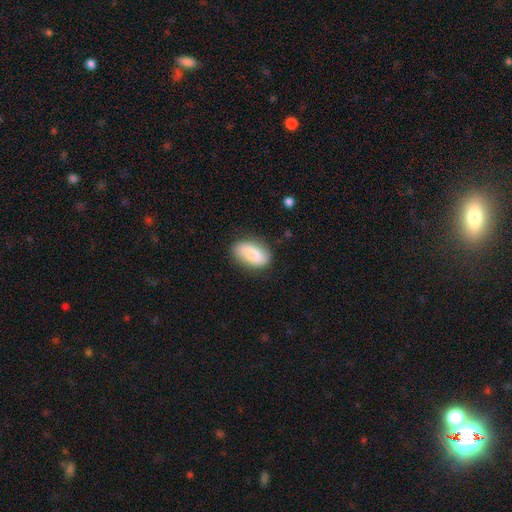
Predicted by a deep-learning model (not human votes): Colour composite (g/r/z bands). It shows a smooth galaxy with no disk features (84%) that is in between round and cigar-shaped (91%). Merging: none (77%).